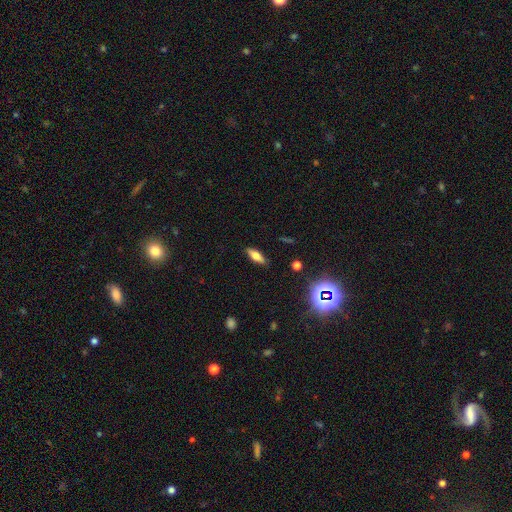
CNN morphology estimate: Smooth or featured? Predicted: smooth (p=0.56). How rounded? Predicted: in between (p=0.59). Merging? Predicted: none (p=0.87).